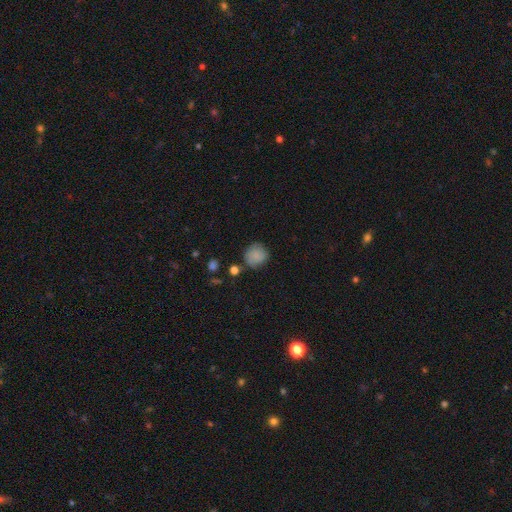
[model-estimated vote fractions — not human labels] Q: Smooth or featured?
A: smooth (84%); runner-up: star or artifact (9%)
Q: How rounded?
A: round (88%); runner-up: in between (11%)
Q: Merging?
A: none (74%); runner-up: minor disturbance (17%)